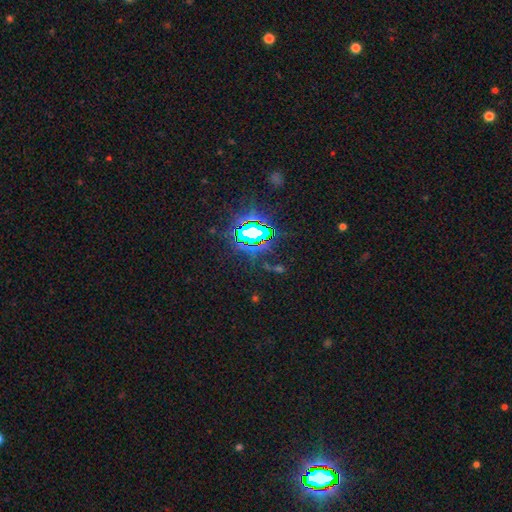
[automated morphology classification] smooth-or-featured: star or artifact: 79% | smooth: 13% | featured or disk: 7%